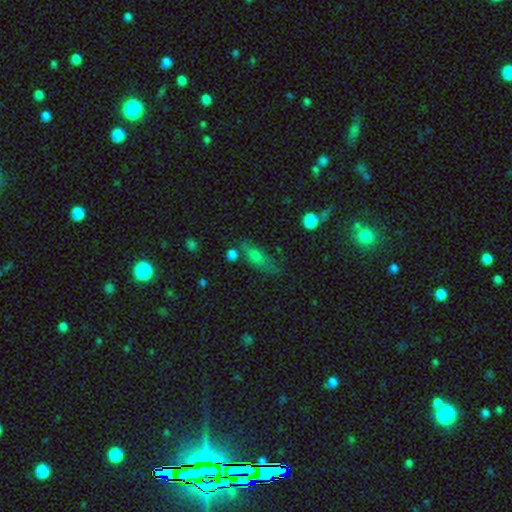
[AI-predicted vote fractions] Smooth or featured? smooth (59%)
How rounded? in between (54%)
Merging? none (64%)